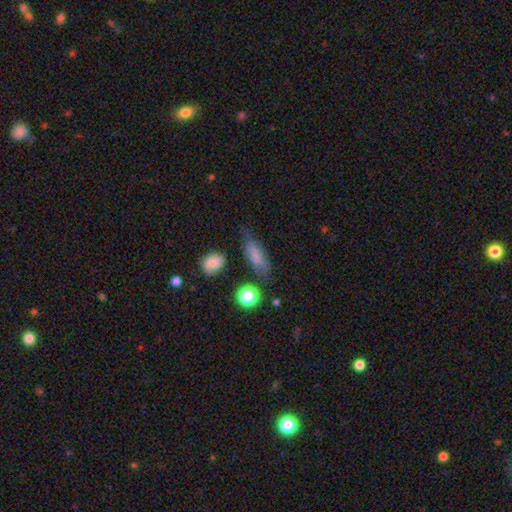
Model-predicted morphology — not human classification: smooth-or-featured: smooth: 75% | featured or disk: 15% | star or artifact: 10%
  how-rounded: in between: 63% | cigar-shaped: 30% | round: 7%
  merging: none: 64% | minor disturbance: 24% | major disturbance: 8% | merger: 4%